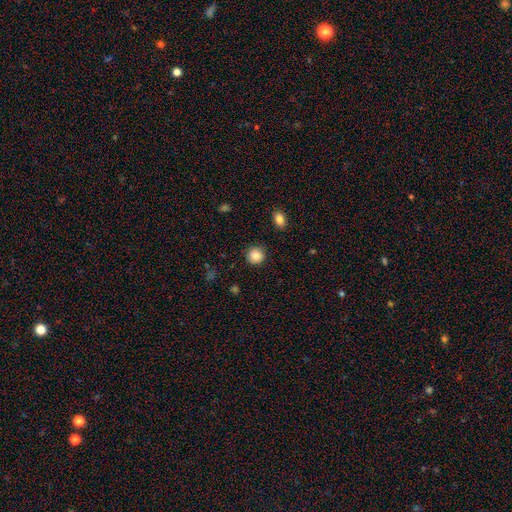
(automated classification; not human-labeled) Morphology: type=smooth (87%); roundness=round (91%); merging=none (89%).